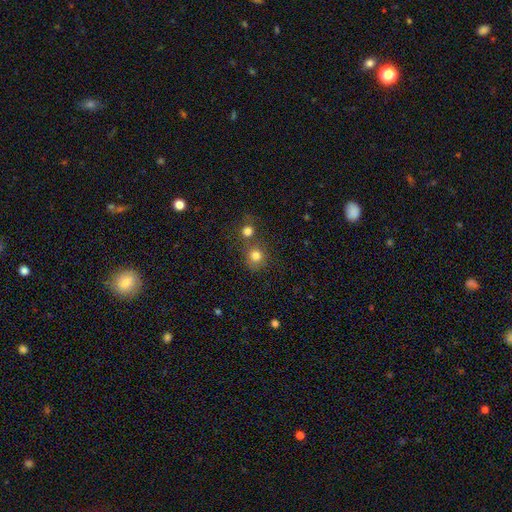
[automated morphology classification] A smooth galaxy with no disk features (78%) that is round (85%). Merging: none (56%).